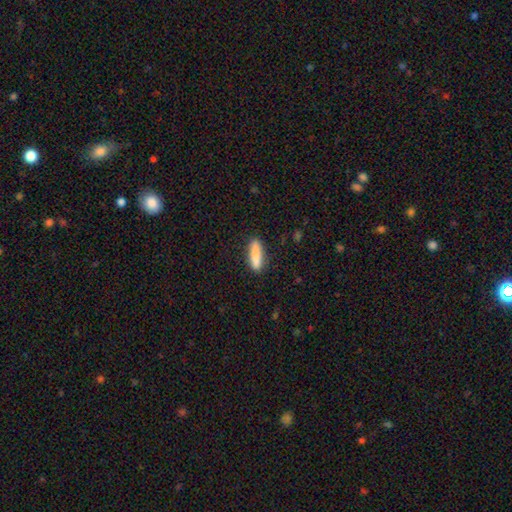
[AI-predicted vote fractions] Q: Smooth or featured?
A: smooth (86%); runner-up: featured or disk (8%)
Q: How rounded?
A: cigar-shaped (74%); runner-up: in between (24%)
Q: Merging?
A: none (87%); runner-up: minor disturbance (10%)